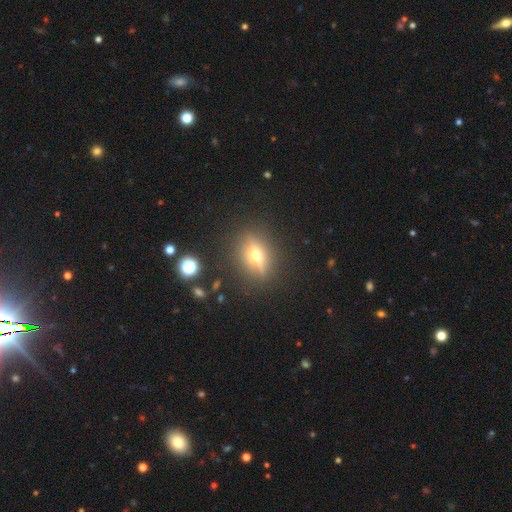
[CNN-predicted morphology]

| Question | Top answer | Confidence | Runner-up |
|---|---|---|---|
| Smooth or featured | featured or disk | 67% | smooth (22%) |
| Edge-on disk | yes | 87% | no (13%) |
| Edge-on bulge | rounded | 96% | boxy (2%) |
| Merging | none | 86% | minor disturbance (9%) |